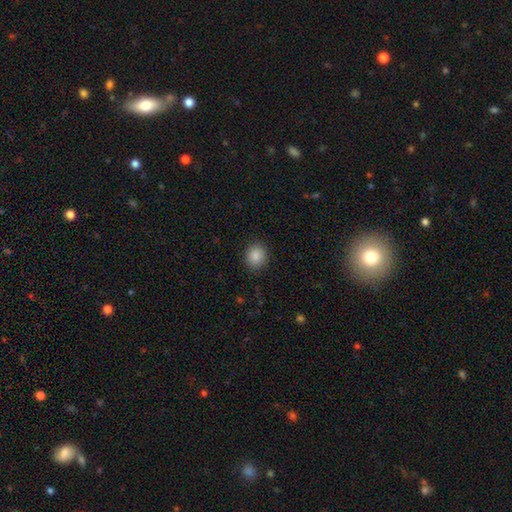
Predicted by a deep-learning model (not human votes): Smooth or featured: smooth — 87% (star or artifact — 9%)
How rounded: round — 75% (in between — 24%)
Merging: none — 90% (minor disturbance — 7%)